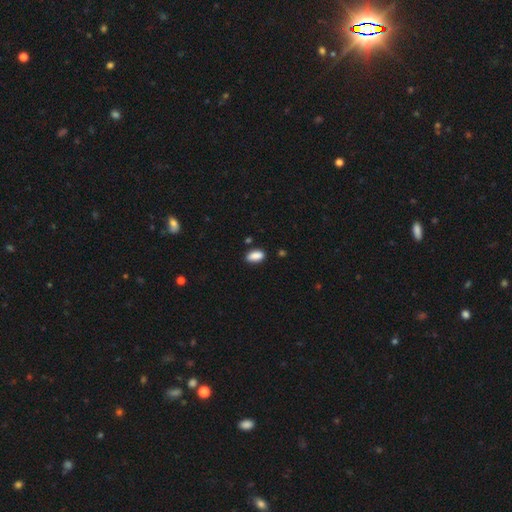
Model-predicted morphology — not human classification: Smooth or featured? Predicted: smooth (p=0.89). How rounded? Predicted: in between (p=0.91). Merging? Predicted: none (p=0.85).